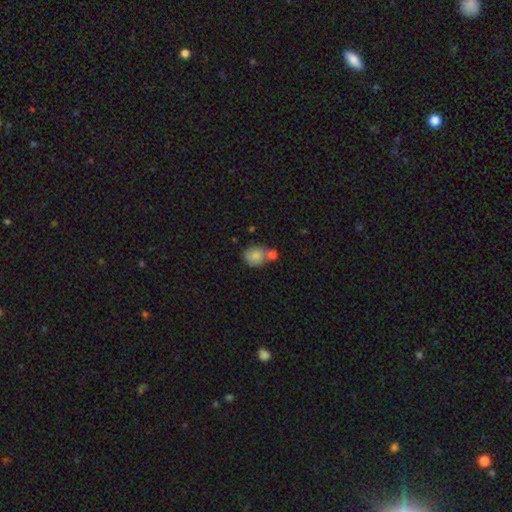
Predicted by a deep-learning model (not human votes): This appears to be a smooth galaxy with no disk features (82%) that is round (63%). Merging: none (51%).